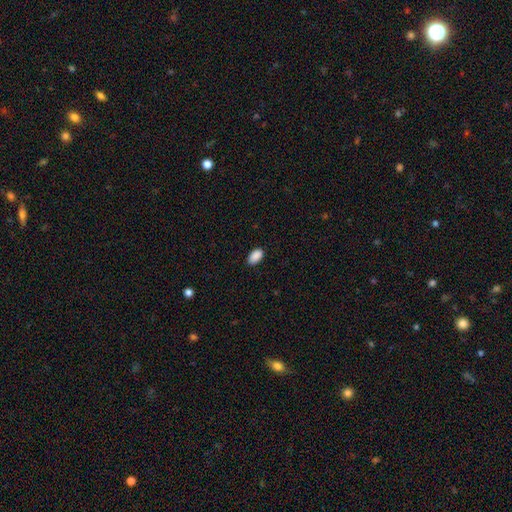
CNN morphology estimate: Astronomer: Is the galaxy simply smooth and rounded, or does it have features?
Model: smooth — 90%.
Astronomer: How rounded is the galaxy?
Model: in between — 94%.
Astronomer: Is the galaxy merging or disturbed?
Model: none — 86%.